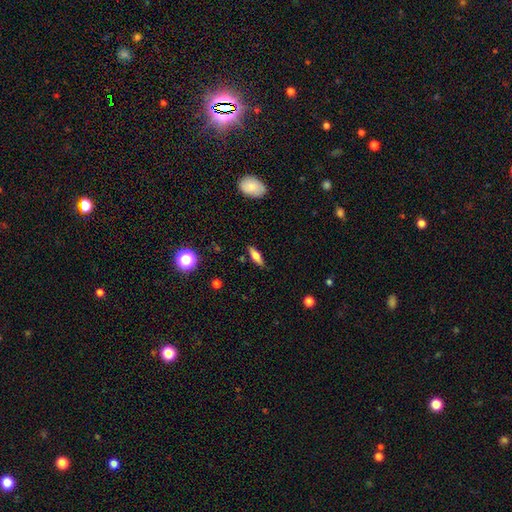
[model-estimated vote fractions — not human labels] The model was most divided on "how rounded": cigar-shaped: 51%, in between: 46%, round: 4%. More confident: merging — none (85%); smooth or featured — smooth (55%).